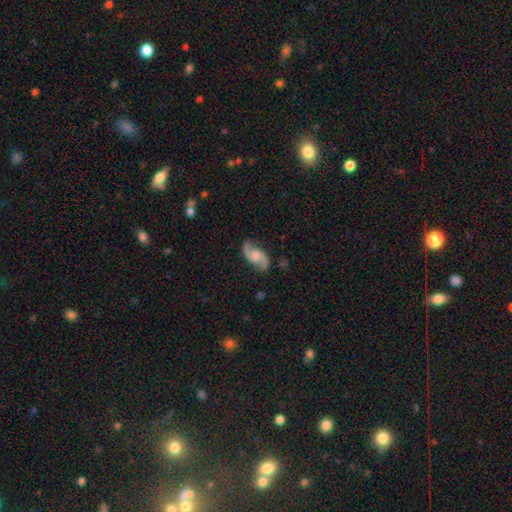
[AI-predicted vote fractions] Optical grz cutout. It shows a featured or disk galaxy (85%) with no bar (56%), 2 (93%) medium (46%) spiral arms (97%) and a moderate central bulge (36%). Merging: none (80%).